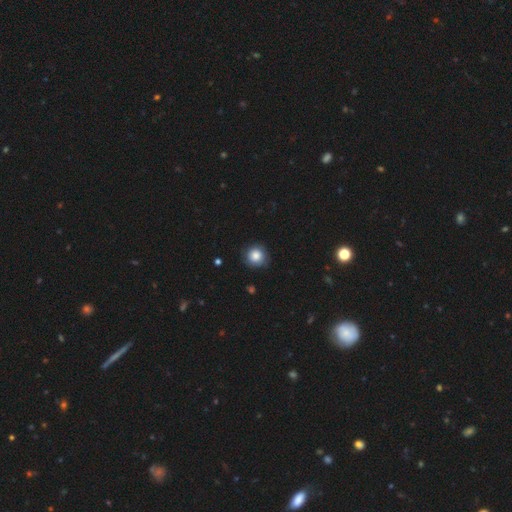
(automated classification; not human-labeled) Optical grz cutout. It shows a smooth galaxy with no disk features (83%) that is round (93%). Merging: none (85%).